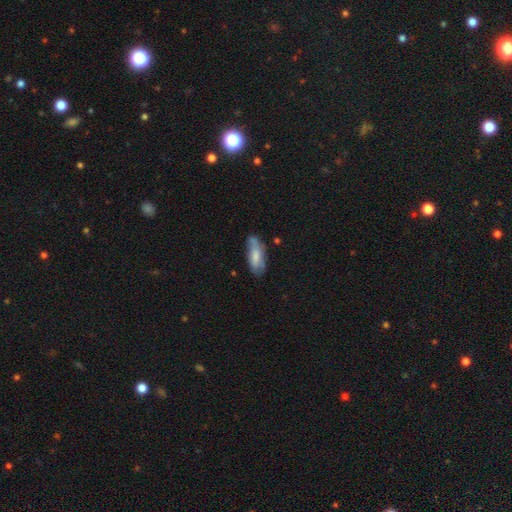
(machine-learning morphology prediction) A smooth galaxy with no disk features (69%) that is in between round and cigar-shaped (73%).

Vote fractions:
- Smooth or featured? smooth: 69% / featured or disk: 25% / star or artifact: 6%
- How rounded? in between: 73% / cigar-shaped: 25% / round: 2%
- Merging? none: 62% / minor disturbance: 28% / major disturbance: 7% / merger: 3%